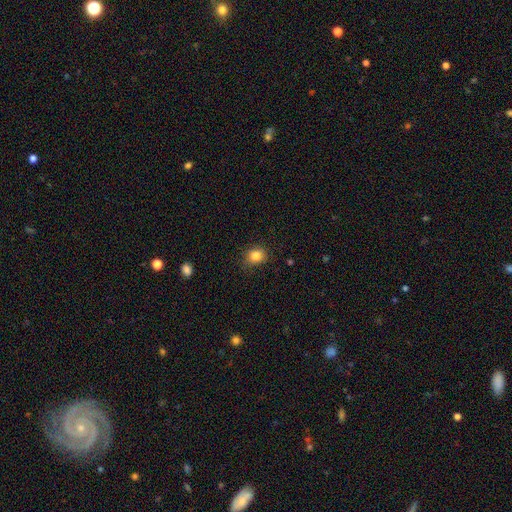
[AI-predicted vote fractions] Smooth or featured: smooth — 84% (star or artifact — 11%)
How rounded: round — 71% (in between — 28%)
Merging: none — 77% (minor disturbance — 18%)